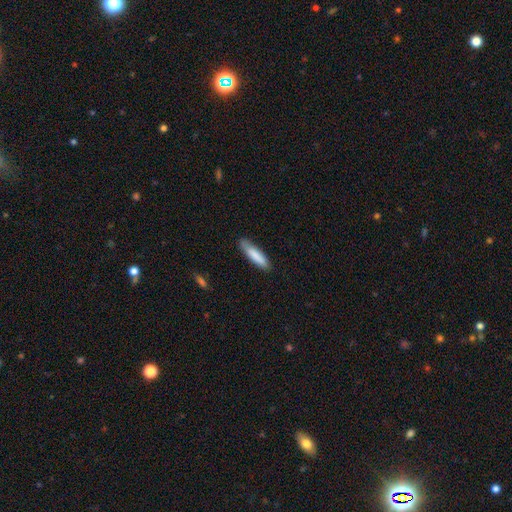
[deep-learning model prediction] Morphology: type=smooth (84%); roundness=cigar-shaped (74%); merging=none (82%).